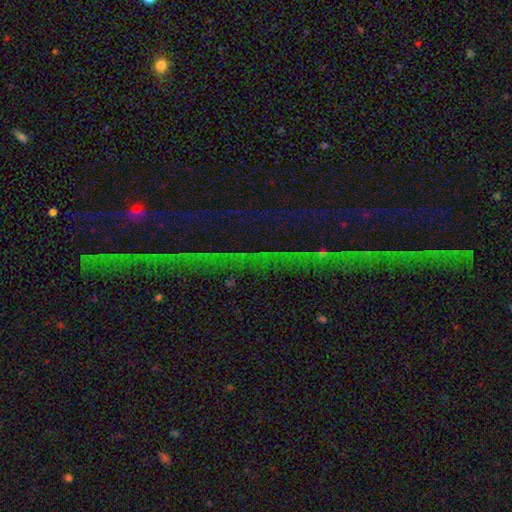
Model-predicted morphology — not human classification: Q: Smooth or featured?
A: star or artifact (78%); runner-up: featured or disk (12%)